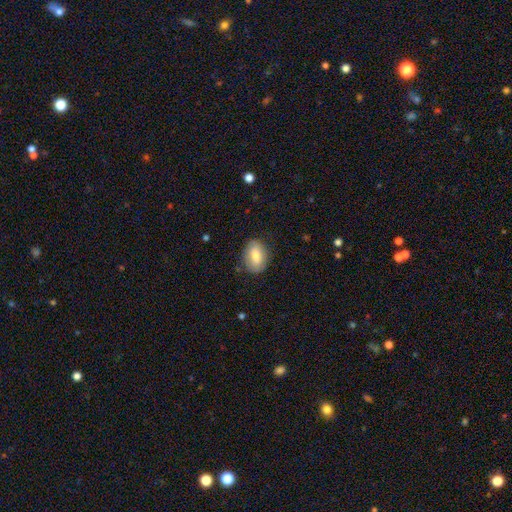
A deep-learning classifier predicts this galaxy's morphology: A smooth galaxy with no disk features (77%) that is in between round and cigar-shaped (85%). Merging: none (81%).